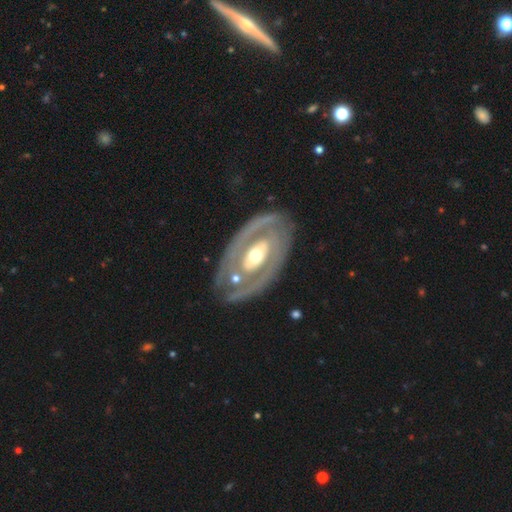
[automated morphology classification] smooth_or_featured: featured or disk (p=0.78) [alt: smooth p=0.17]
disk_edge_on: no (p=0.93) [alt: yes p=0.07]
bar: no (p=0.66) [alt: weak p=0.20]
has_spiral_arms: no (p=0.53) [alt: yes p=0.47]
bulge_size: moderate (p=0.70) [alt: small p=0.16]
merging: none (p=0.76) [alt: minor disturbance p=0.14]